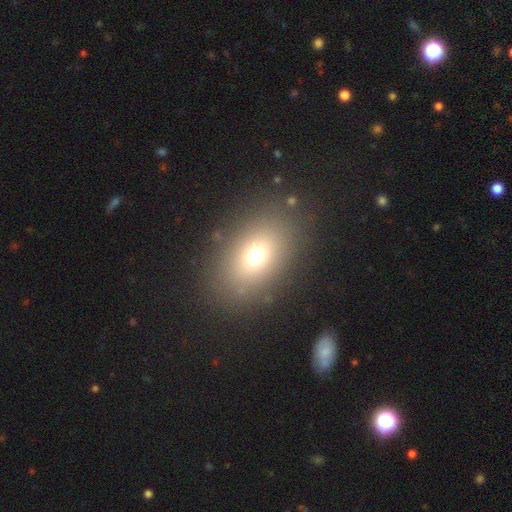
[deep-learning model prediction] This is likely a smooth galaxy (70%). How rounded: likely in between (75%). Merging: clearly none (85%).